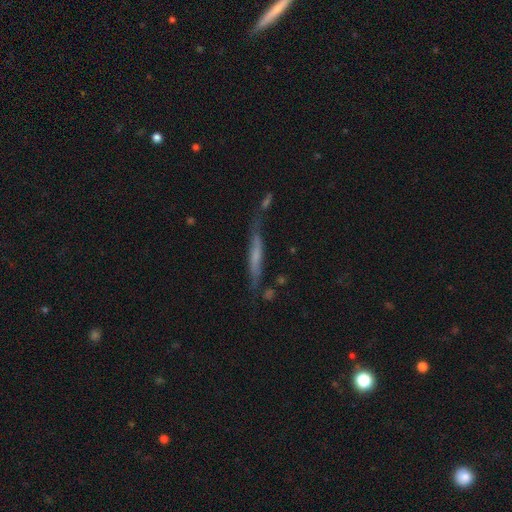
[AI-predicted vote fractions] This is possibly a featured or disk galaxy (48%). Merging: possibly none (57%).